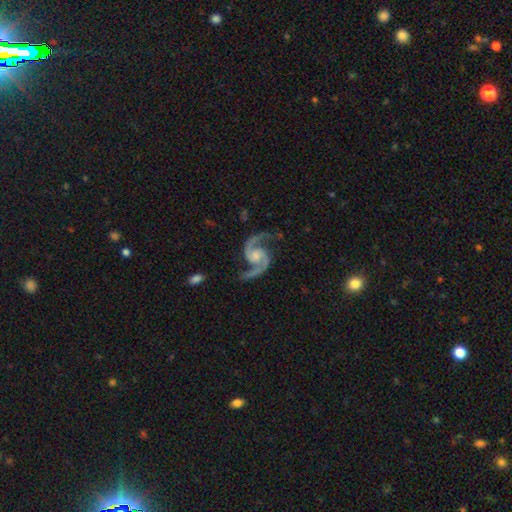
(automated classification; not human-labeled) Overall: featured or disk (94%). Edge-on disk: no (98%). Bar: no (60%; weak 31%). Spiral arms: yes (99%). Spiral arm count: 2 (95%). Spiral winding: medium (60%; loose 29%). Bulge size: moderate (42%; small 36%). Merging: none (79%).